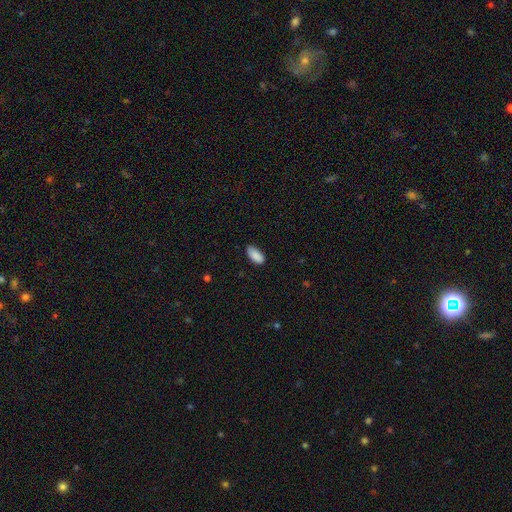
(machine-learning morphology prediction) smooth 90%, star or artifact 7%, featured or disk 4%. Down the decision tree: how rounded — in between (92%); merging — none (84%).